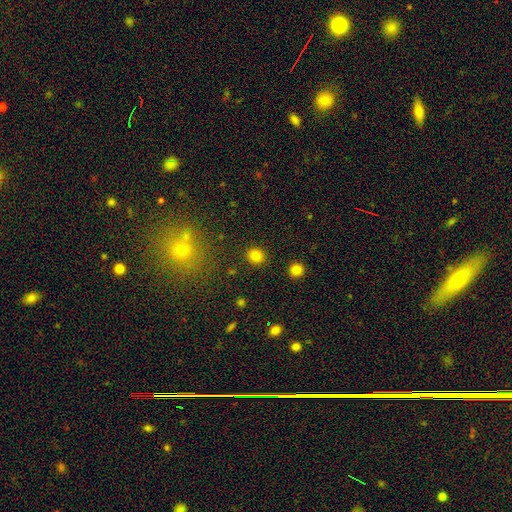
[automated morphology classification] Smooth or featured? Predicted: smooth (p=0.83). How rounded? Predicted: round (p=0.90). Merging? Predicted: none (p=0.91).